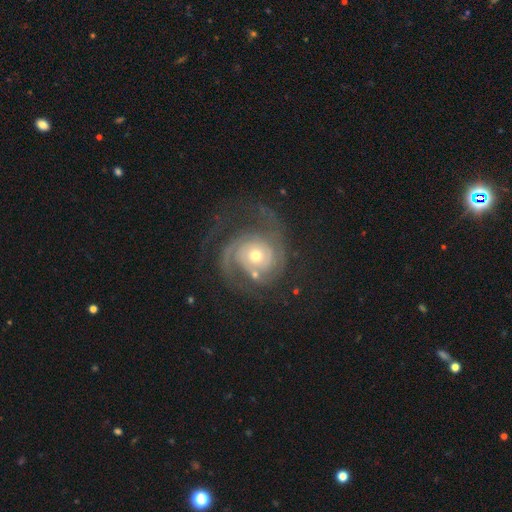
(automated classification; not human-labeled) The model was most divided on "bulge size": moderate: 52%, small: 42%, large: 4%, dominant: 1%, none: 1%. More confident: edge-on disk — no (98%); spiral arms — yes (96%); smooth or featured — featured or disk (87%); bar — no (76%); merging — none (59%); spiral arm count — 2 (55%); spiral winding — tight (54%).